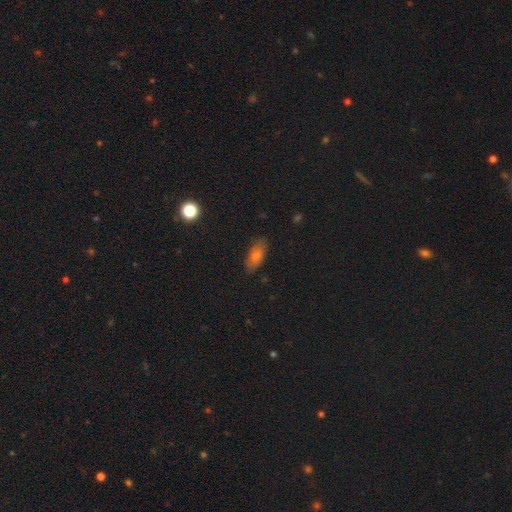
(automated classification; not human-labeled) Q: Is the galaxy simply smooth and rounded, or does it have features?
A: smooth — 68%.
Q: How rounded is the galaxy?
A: in between — 83%.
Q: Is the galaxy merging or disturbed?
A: none — 84%.